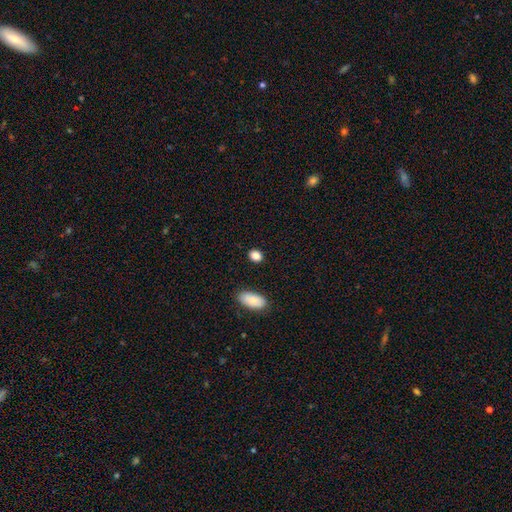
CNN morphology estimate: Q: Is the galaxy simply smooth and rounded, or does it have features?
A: smooth — 87%.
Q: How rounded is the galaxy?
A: in between — 56%.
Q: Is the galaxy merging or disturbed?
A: none — 86%.